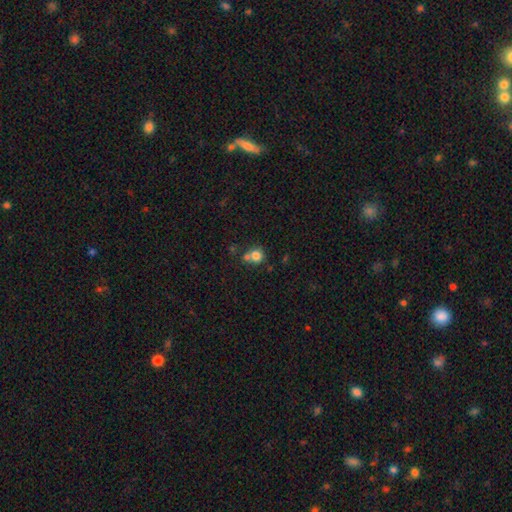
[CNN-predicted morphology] Smooth or featured: smooth — 78% (star or artifact — 12%)
How rounded: round — 84% (in between — 15%)
Merging: none — 48% (merger — 38%)